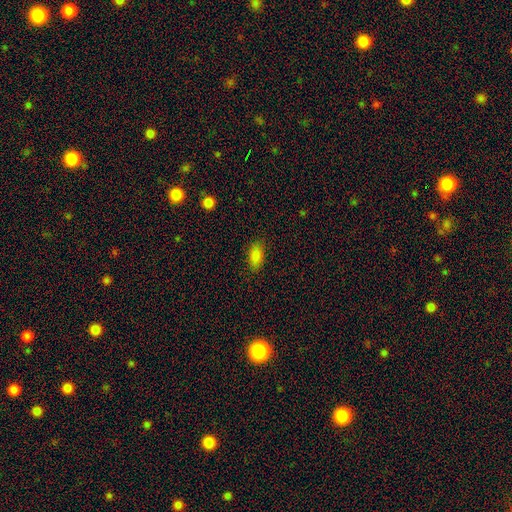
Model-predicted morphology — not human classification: This appears to be a smooth galaxy with no disk features (85%) that is in between round and cigar-shaped (90%). Merging: none (84%).